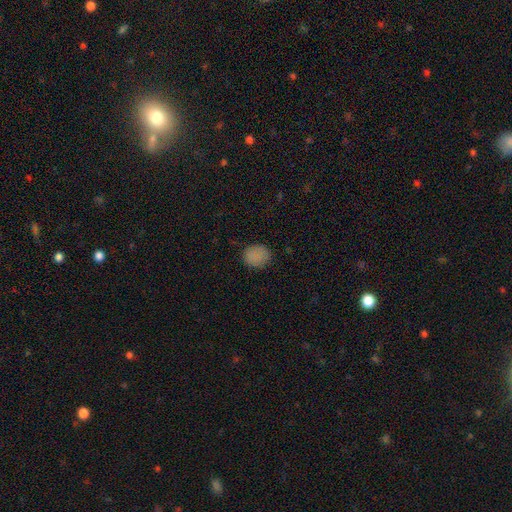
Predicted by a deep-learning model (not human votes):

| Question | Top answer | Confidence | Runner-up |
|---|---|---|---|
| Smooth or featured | smooth | 83% | star or artifact (13%) |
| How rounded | round | 76% | in between (23%) |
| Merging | none | 83% | minor disturbance (12%) |